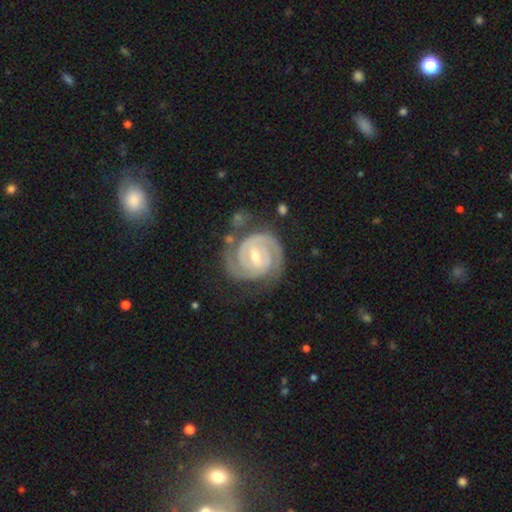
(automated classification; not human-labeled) This is clearly a featured or disk galaxy (92%). It is clearly not viewed edge-on (98%). Bar: possibly weak (51%). Spiral arm pattern: clearly yes (98%). Spiral arm count: likely 2 (79%). Spiral winding: likely tight (78%). Central bulge: possibly moderate (55%). Merging: likely none (73%).